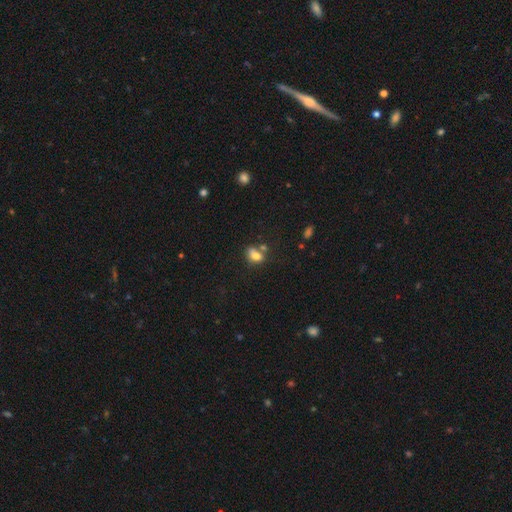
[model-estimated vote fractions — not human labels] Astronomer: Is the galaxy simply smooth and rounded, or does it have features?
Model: smooth — 76%.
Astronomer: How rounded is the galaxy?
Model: in between — 74%.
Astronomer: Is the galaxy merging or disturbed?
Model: none — 43% (runner-up: merger, 32%).